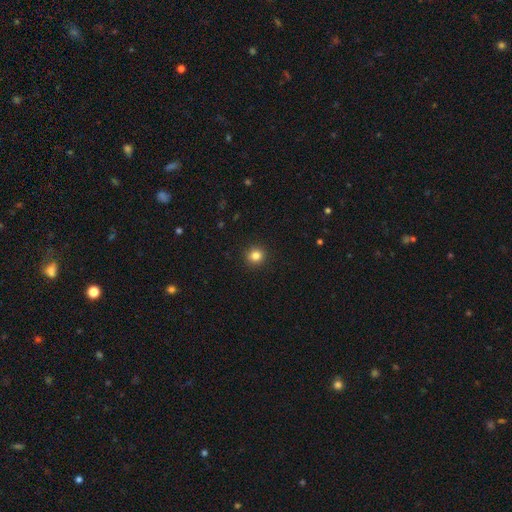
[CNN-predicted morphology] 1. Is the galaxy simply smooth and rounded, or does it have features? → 83% smooth, 12% star or artifact, 5% featured or disk.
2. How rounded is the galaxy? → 92% round, 7% in between, 1% cigar-shaped.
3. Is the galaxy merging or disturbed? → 93% none, 5% minor disturbance, 2% major disturbance, 1% merger.